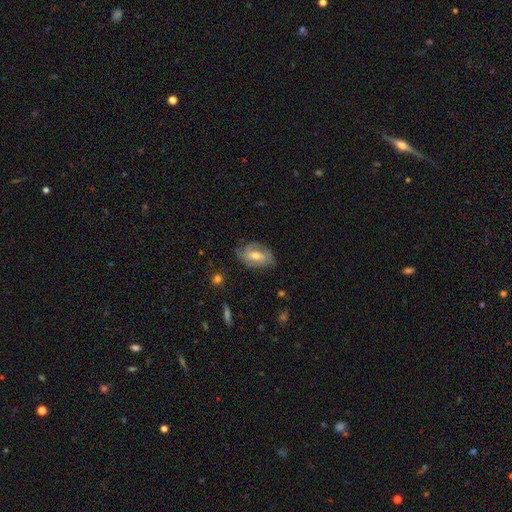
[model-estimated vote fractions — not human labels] This is likely a featured or disk galaxy (70%). It is clearly not viewed edge-on (95%). Bar: possibly weak (46%). Spiral arm pattern: clearly yes (87%). Spiral arm count: marginally 2 (39%). Spiral winding: possibly tight (46%). Central bulge: likely moderate (64%). Merging: likely none (66%).